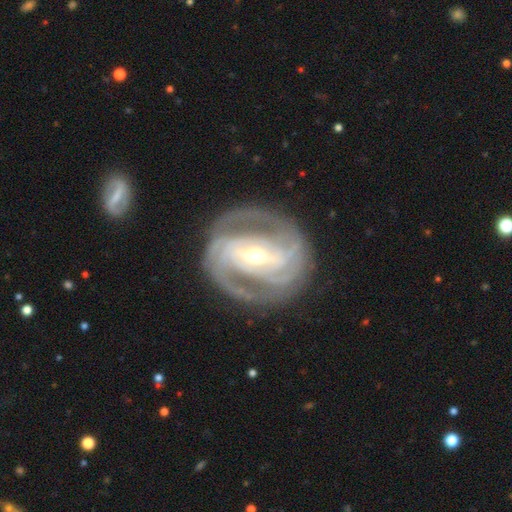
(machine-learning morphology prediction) A featured or disk galaxy (90%) with a strong bar (54%), 2 (37%) tight (65%) spiral arms (97%) and a small central bulge (49%).

Vote fractions:
- Smooth or featured? featured or disk: 90% / smooth: 5% / star or artifact: 5%
- Edge-on disk? no: 97% / yes: 3%
- Bar? strong: 54% / weak: 32% / no: 14%
- Spiral arms? yes: 97% / no: 3%
- Spiral winding? tight: 65% / medium: 30% / loose: 5%
- Spiral arm count? 2: 37% / 3: 29% / can't tell: 14% / 4: 11% / more than 4: 5% / 1: 4%
- Bulge size? small: 49% / moderate: 46% / large: 3% / none: 1% / dominant: 1%
- Merging? none: 79% / minor disturbance: 13% / major disturbance: 6% / merger: 2%